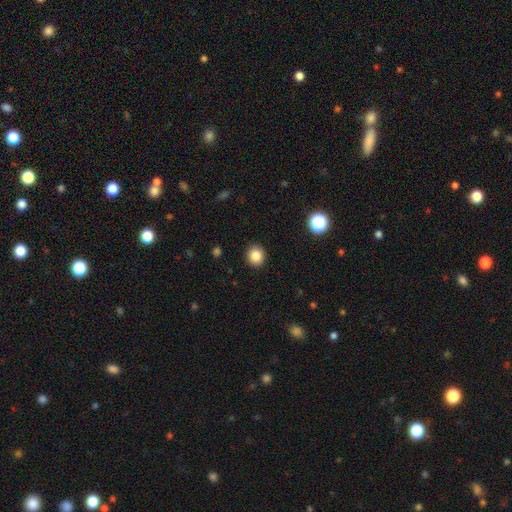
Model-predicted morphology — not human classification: Smooth or featured?
  - smooth: 84% *
  - star or artifact: 11%
  - featured or disk: 5%
How rounded?
  - round: 80% *
  - in between: 19%
  - cigar-shaped: 1%
Merging?
  - none: 91% *
  - minor disturbance: 6%
  - major disturbance: 2%
  - merger: 1%